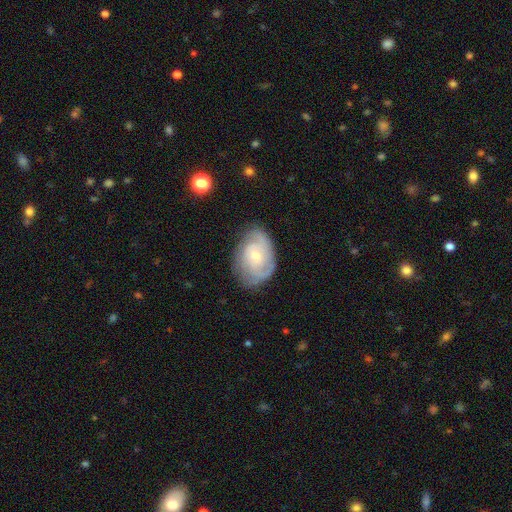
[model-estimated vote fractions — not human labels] The model was most divided on "spiral arm count": 2: 36%, can't tell: 30%, 3: 20%, 1: 5%, 4: 5%, more than 4: 4%. More confident: edge-on disk — no (97%); spiral arms — yes (93%); smooth or featured — featured or disk (78%); merging — none (73%); bar — no (68%); bulge size — small (60%); spiral winding — tight (58%).